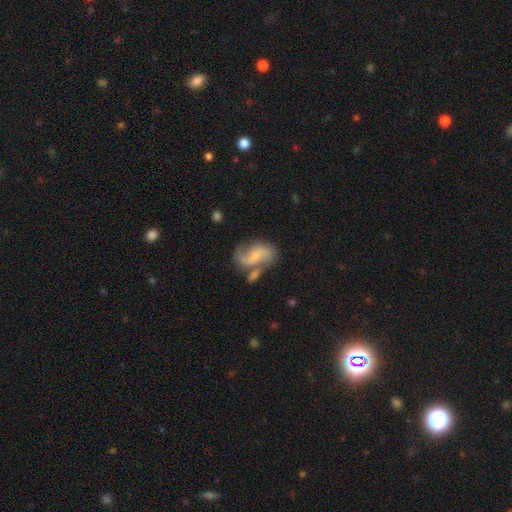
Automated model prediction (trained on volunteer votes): A featured or disk galaxy (81%) with no bar (47%), 2 (90%) loose (55%) spiral arms (95%) and a small central bulge (48%). Merging: none (52%).